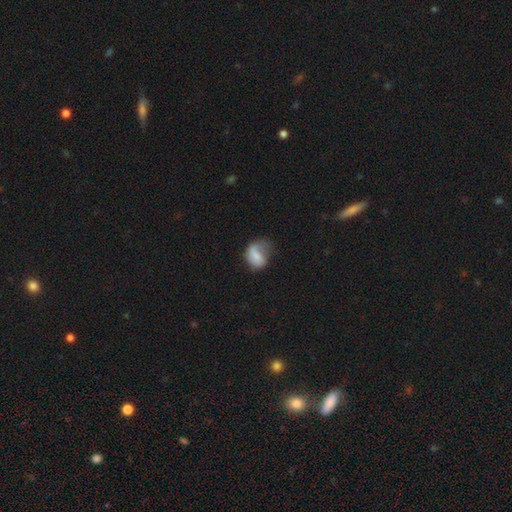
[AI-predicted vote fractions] smooth_or_featured: smooth (p=0.60) [alt: featured or disk p=0.32]
how_rounded: in between (p=0.61) [alt: round p=0.38]
merging: major disturbance (p=0.40) [alt: minor disturbance p=0.30]